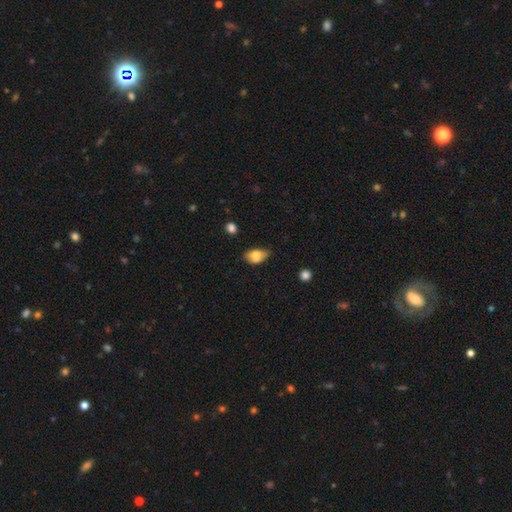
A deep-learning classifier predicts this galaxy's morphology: Smooth or featured: smooth — 76% (featured or disk — 15%)
How rounded: in between — 88% (round — 10%)
Merging: none — 51% (minor disturbance — 38%)